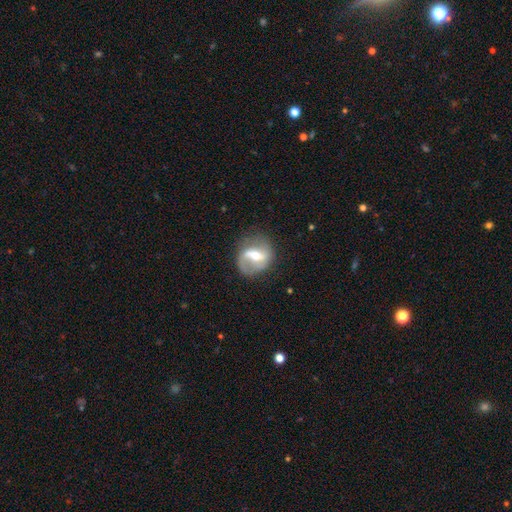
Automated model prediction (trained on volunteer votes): Q: Smooth or featured?
A: featured or disk (77%); runner-up: smooth (17%)
Q: Edge-on disk?
A: no (96%); runner-up: yes (4%)
Q: Bar?
A: weak (44%); runner-up: strong (40%)
Q: Spiral arms?
A: yes (85%); runner-up: no (15%)
Q: Spiral winding?
A: loose (50%); runner-up: medium (38%)
Q: Spiral arm count?
A: 2 (77%); runner-up: 1 (13%)
Q: Bulge size?
A: moderate (63%); runner-up: small (30%)
Q: Merging?
A: none (71%); runner-up: minor disturbance (17%)